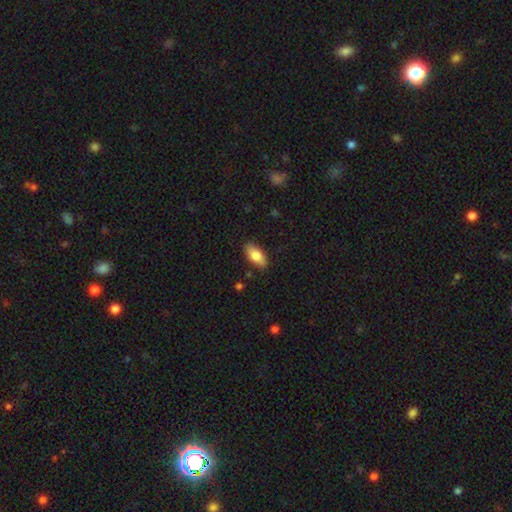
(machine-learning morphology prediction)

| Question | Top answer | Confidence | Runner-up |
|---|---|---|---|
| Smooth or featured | smooth | 78% | featured or disk (16%) |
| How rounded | in between | 89% | cigar-shaped (8%) |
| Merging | none | 86% | minor disturbance (11%) |